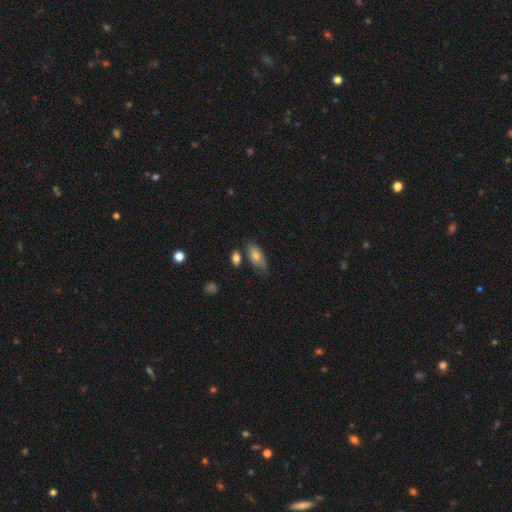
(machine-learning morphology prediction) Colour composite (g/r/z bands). It shows a smooth galaxy with no disk features (74%) that is in between round and cigar-shaped (83%). Merging: none (65%).